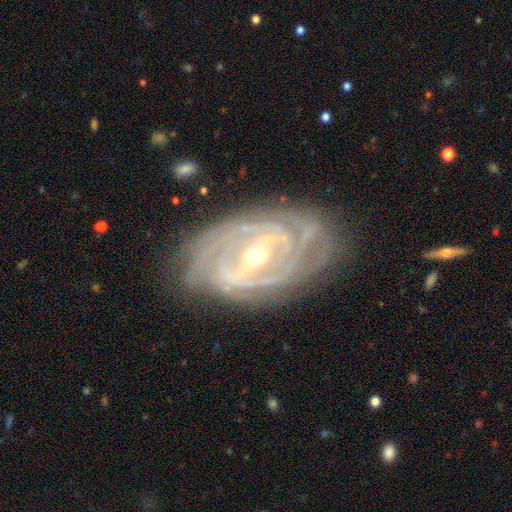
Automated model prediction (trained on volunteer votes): Smooth or featured? Predicted: featured or disk (p=0.91). Edge-on disk? Predicted: no (p=0.95). Bar? Predicted: strong (p=0.46). Spiral arms? Predicted: yes (p=0.97). Spiral winding? Predicted: tight (p=0.77). Spiral arm count? Predicted: can't tell (p=0.29). Bulge size? Predicted: moderate (p=0.50). Merging? Predicted: none (p=0.79).